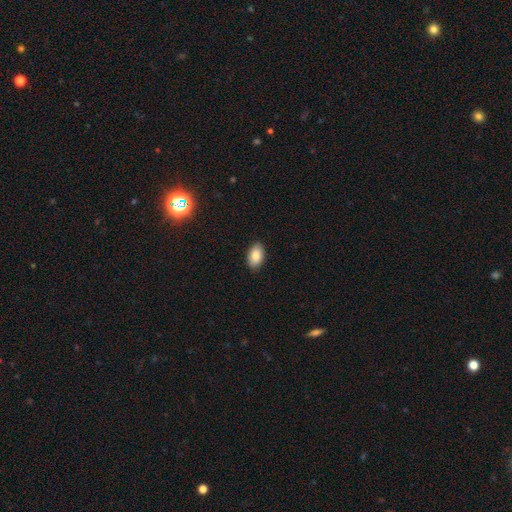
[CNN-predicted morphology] smooth-or-featured: smooth: 87% | star or artifact: 7% | featured or disk: 6%
  how-rounded: in between: 93% | round: 5% | cigar-shaped: 2%
  merging: none: 89% | minor disturbance: 9% | major disturbance: 2% | merger: 1%